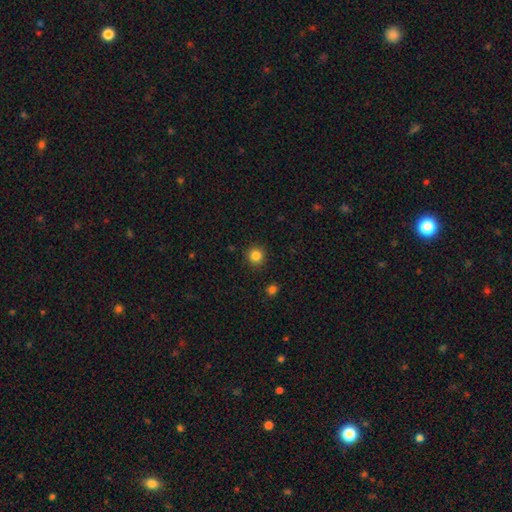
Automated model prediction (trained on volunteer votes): A smooth galaxy with no disk features (84%) that is round (94%). Merging: none (92%).